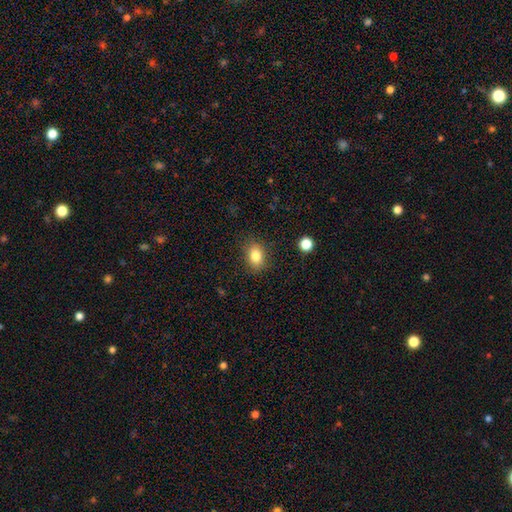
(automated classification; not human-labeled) A smooth galaxy with no disk features (83%) that is in between round and cigar-shaped (71%).

Vote fractions:
- Smooth or featured? smooth: 83% / star or artifact: 10% / featured or disk: 7%
- How rounded? in between: 71% / round: 28% / cigar-shaped: 1%
- Merging? none: 85% / minor disturbance: 10% / major disturbance: 3% / merger: 1%